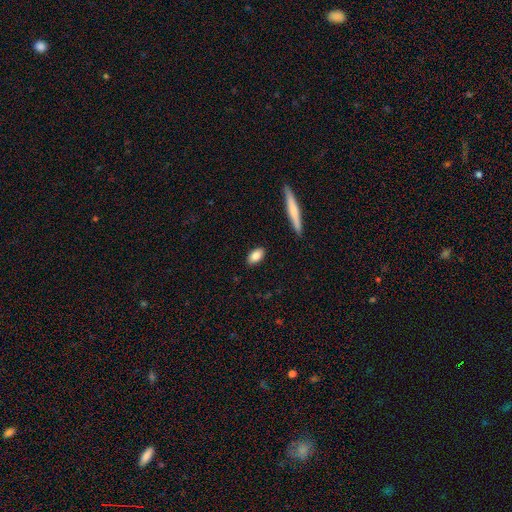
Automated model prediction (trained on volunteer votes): smooth_or_featured: smooth (p=0.84) [alt: featured or disk p=0.09]
how_rounded: in between (p=0.88) [alt: cigar-shaped p=0.07]
merging: none (p=0.88) [alt: minor disturbance p=0.09]